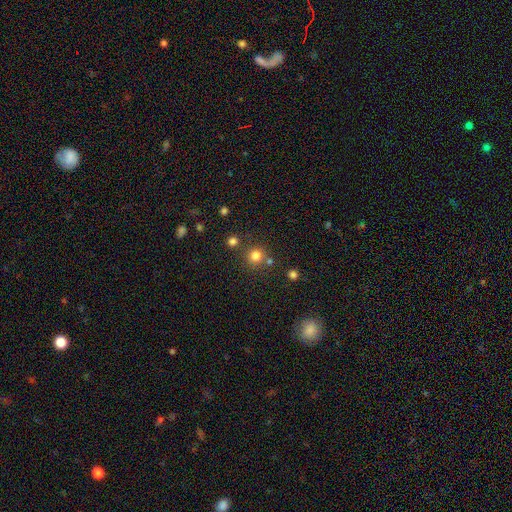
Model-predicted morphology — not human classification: smooth-or-featured: smooth: 79% | star or artifact: 15% | featured or disk: 6%
  how-rounded: round: 92% | in between: 7% | cigar-shaped: 1%
  merging: none: 77% | merger: 12% | minor disturbance: 8% | major disturbance: 3%